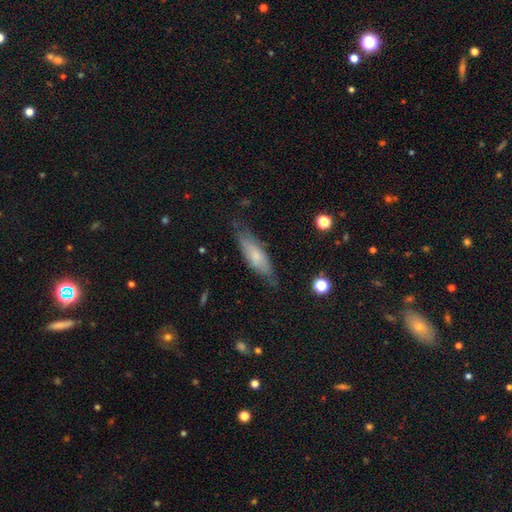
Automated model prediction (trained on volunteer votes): Smooth or featured? smooth (64%)
How rounded? cigar-shaped (51%)
Merging? none (71%)